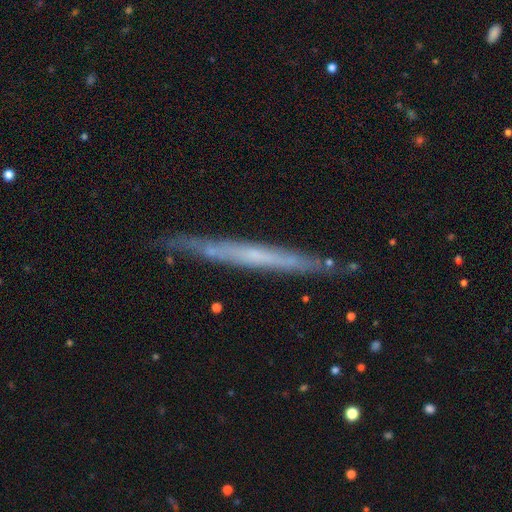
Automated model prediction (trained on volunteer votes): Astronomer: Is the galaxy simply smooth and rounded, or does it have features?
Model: featured or disk — 63%.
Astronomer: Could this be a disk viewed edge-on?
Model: yes — 93%.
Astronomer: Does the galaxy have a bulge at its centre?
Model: none — 82%.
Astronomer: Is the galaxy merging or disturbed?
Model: none — 85%.